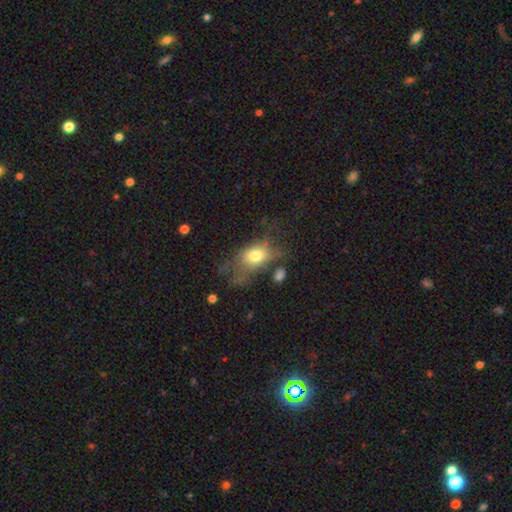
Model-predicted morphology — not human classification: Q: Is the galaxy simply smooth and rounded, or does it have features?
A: smooth — 68%.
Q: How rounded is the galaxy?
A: in between — 78%.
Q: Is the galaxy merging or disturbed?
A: major disturbance — 36%.